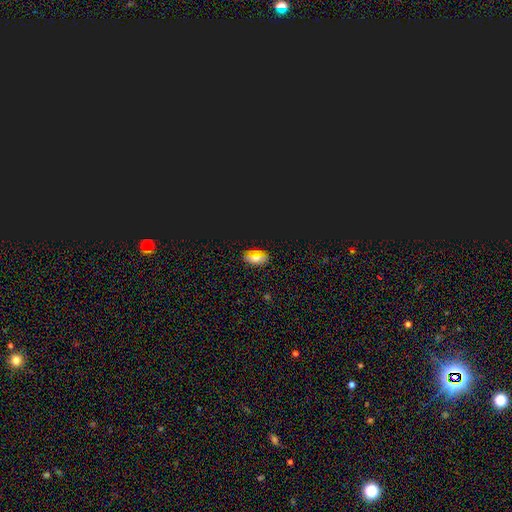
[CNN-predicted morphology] Smooth or featured: smooth — 48% (star or artifact — 38%)
Merging: none — 86% (minor disturbance — 10%)